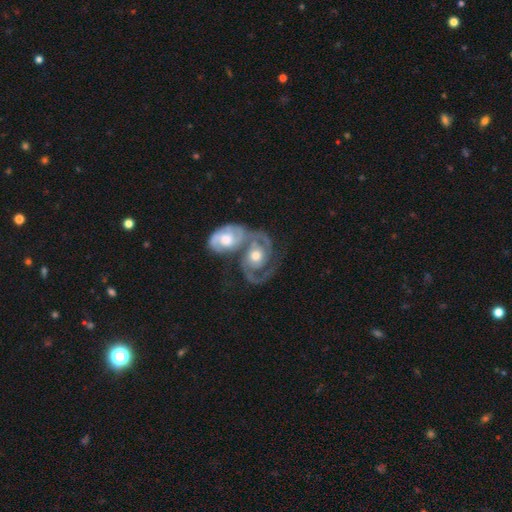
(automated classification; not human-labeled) The model was most divided on "spiral winding": medium: 45%, tight: 44%, loose: 11%. More confident: edge-on disk — no (97%); spiral arms — yes (96%); smooth or featured — featured or disk (87%); spiral arm count — 2 (86%); bar — no (70%); bulge size — moderate (69%); merging — merger (62%).